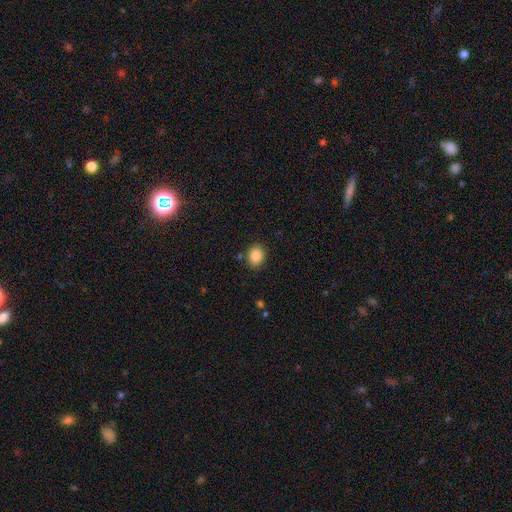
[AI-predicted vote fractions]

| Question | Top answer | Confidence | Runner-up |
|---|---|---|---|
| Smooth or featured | smooth | 86% | star or artifact (9%) |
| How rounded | in between | 52% | round (48%) |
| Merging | none | 86% | minor disturbance (9%) |